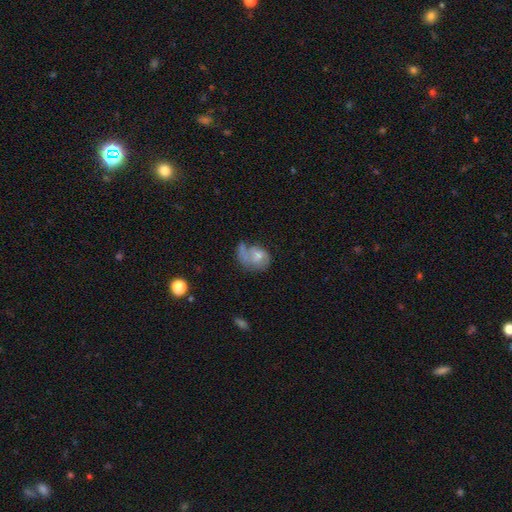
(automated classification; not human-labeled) The model was most divided on "smooth or featured": featured or disk: 50%, smooth: 41%, star or artifact: 9%. Remaining: merging — major disturbance (35%).